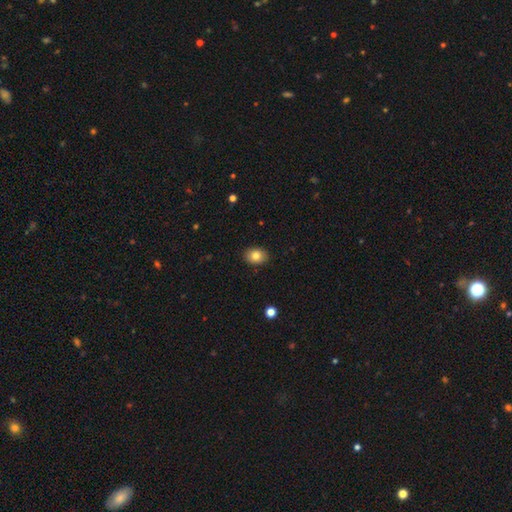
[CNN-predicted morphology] smooth_or_featured: smooth (p=0.82) [alt: featured or disk p=0.09]
how_rounded: in between (p=0.66) [alt: round p=0.33]
merging: none (p=0.89) [alt: minor disturbance p=0.08]